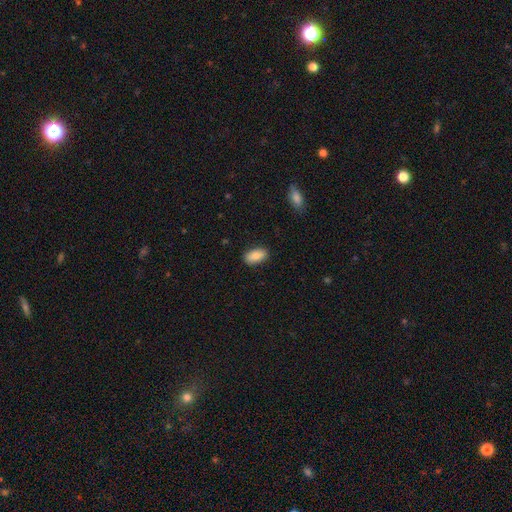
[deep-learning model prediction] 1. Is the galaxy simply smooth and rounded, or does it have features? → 85% smooth, 8% featured or disk, 7% star or artifact.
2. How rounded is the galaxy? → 93% in between, 4% cigar-shaped, 3% round.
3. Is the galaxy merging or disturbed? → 87% none, 10% minor disturbance, 2% major disturbance, 1% merger.